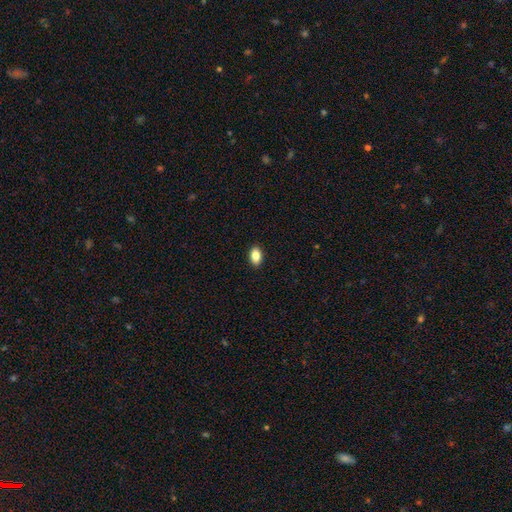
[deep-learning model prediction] Smooth or featured: smooth — 85% (star or artifact — 8%)
How rounded: in between — 88% (round — 10%)
Merging: none — 90% (minor disturbance — 7%)